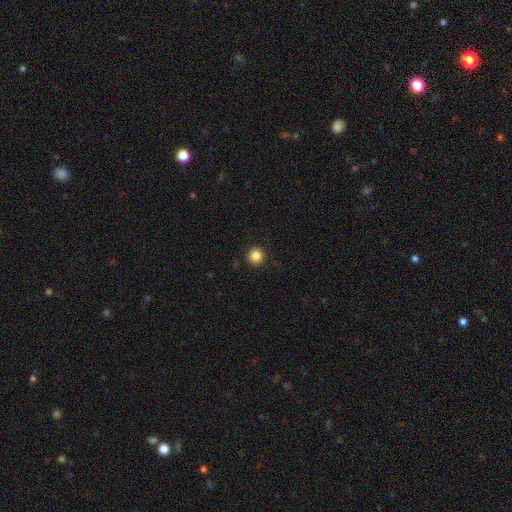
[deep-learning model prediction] This is clearly a smooth galaxy (85%). How rounded: clearly round (95%). Merging: clearly none (92%).